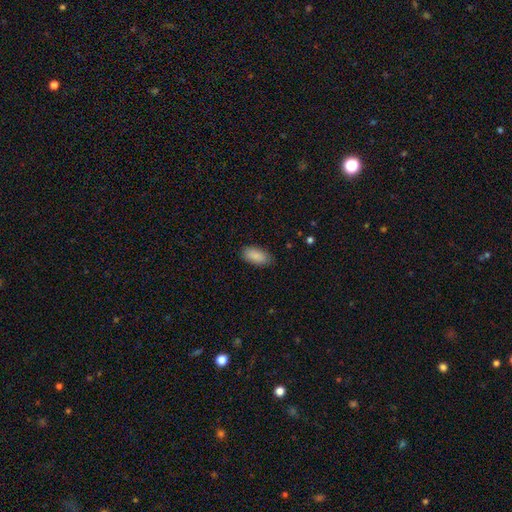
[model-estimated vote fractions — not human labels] Smooth or featured? smooth (89%)
How rounded? in between (92%)
Merging? none (83%)